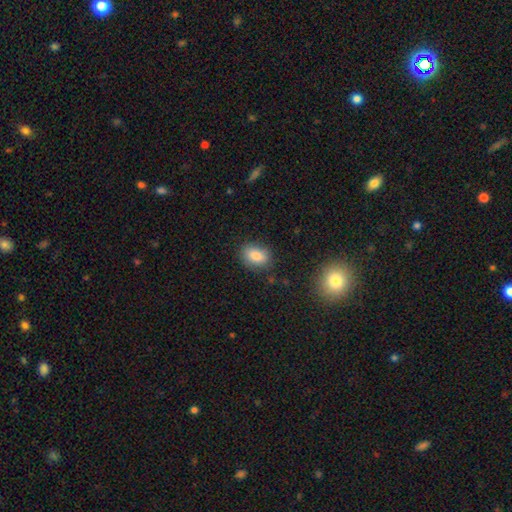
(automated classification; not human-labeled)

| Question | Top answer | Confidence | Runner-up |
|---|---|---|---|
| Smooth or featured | smooth | 86% | star or artifact (8%) |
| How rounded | in between | 81% | round (17%) |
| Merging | none | 81% | minor disturbance (14%) |